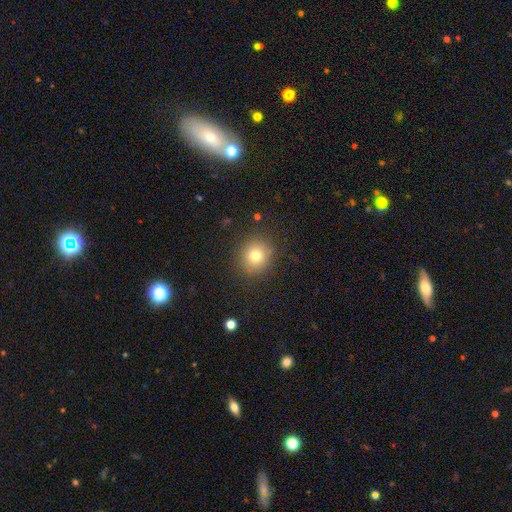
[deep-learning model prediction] smooth-or-featured: smooth: 76% | star or artifact: 14% | featured or disk: 10%
  how-rounded: round: 90% | in between: 9% | cigar-shaped: 1%
  merging: none: 88% | minor disturbance: 8% | major disturbance: 3% | merger: 1%